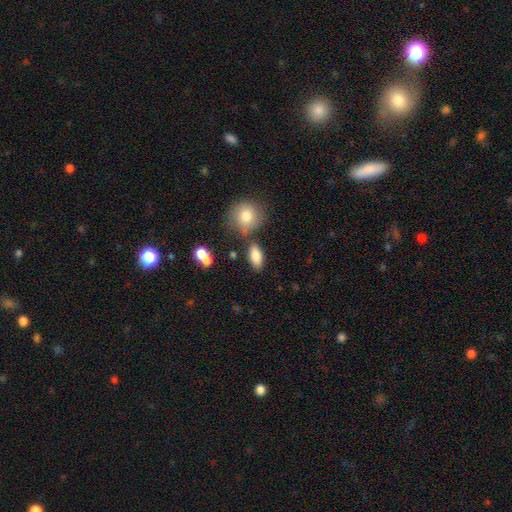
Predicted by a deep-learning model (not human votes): This is clearly a smooth galaxy (81%). How rounded: clearly in between (85%). Merging: likely none (75%).